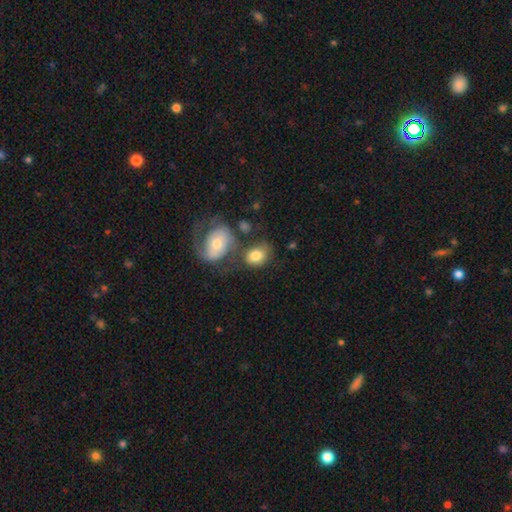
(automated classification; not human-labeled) Morphology: type=smooth (73%); roundness=in between (67%); merging=none (44%).